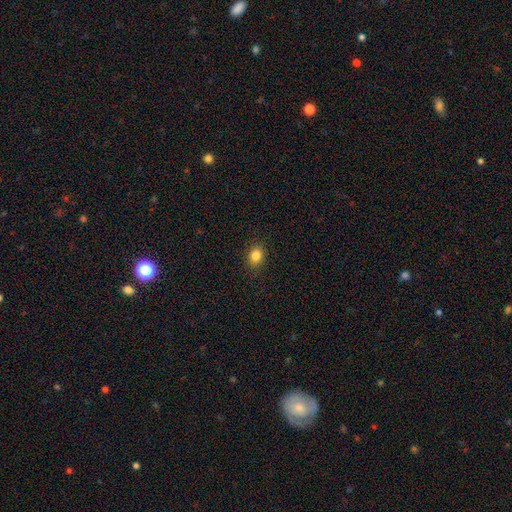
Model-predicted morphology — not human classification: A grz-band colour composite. It shows a smooth galaxy with no disk features (84%) that is in between round and cigar-shaped (51%). Merging: none (88%).